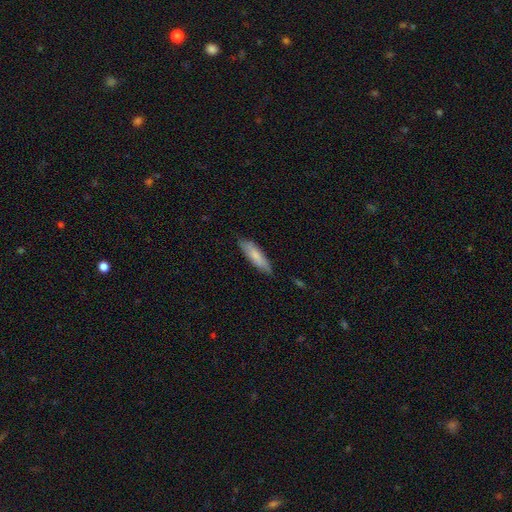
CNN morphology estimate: A smooth galaxy with no disk features (77%) that is cigar-shaped (63%). Merging: none (80%).